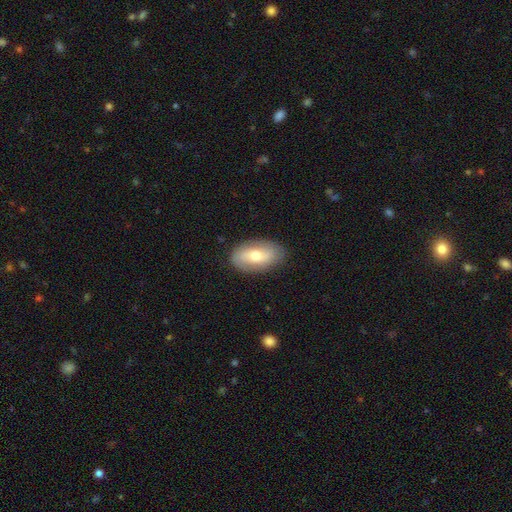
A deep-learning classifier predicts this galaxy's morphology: Q: Smooth or featured?
A: smooth (53%); runner-up: featured or disk (41%)
Q: How rounded?
A: in between (92%); runner-up: round (5%)
Q: Merging?
A: none (84%); runner-up: minor disturbance (12%)